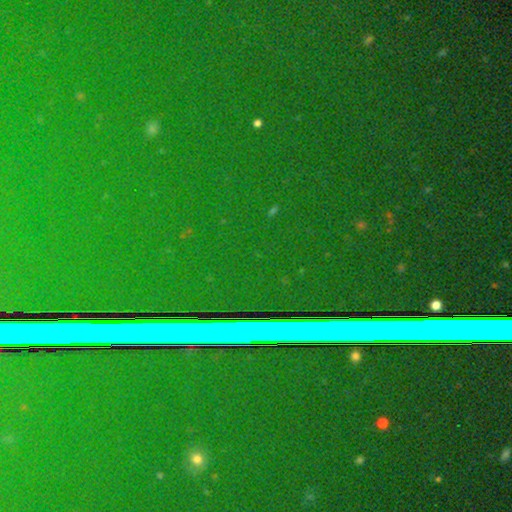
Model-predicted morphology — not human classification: Smooth or featured: star or artifact — 85% (featured or disk — 8%)